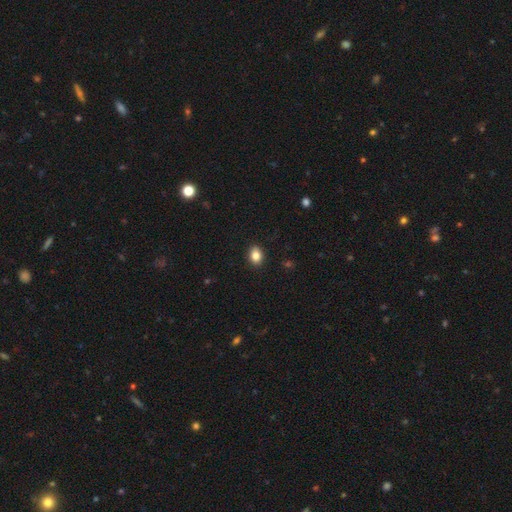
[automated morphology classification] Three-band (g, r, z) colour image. It shows a smooth galaxy with no disk features (86%) that is in between round and cigar-shaped (71%). Merging: none (90%).